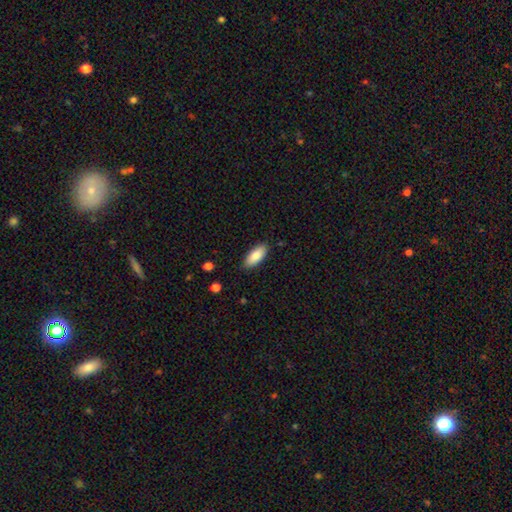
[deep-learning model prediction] Smooth or featured?
  - smooth: 86% *
  - featured or disk: 8%
  - star or artifact: 6%
How rounded?
  - in between: 81% *
  - cigar-shaped: 18%
  - round: 2%
Merging?
  - none: 86% *
  - minor disturbance: 11%
  - major disturbance: 2%
  - merger: 1%